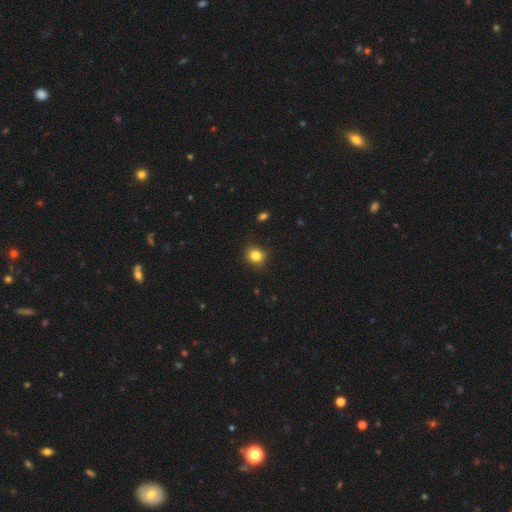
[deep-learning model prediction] Smooth or featured?
  - smooth: 83% *
  - star or artifact: 11%
  - featured or disk: 5%
How rounded?
  - round: 78% *
  - in between: 21%
  - cigar-shaped: 1%
Merging?
  - none: 85% *
  - minor disturbance: 11%
  - major disturbance: 2%
  - merger: 1%